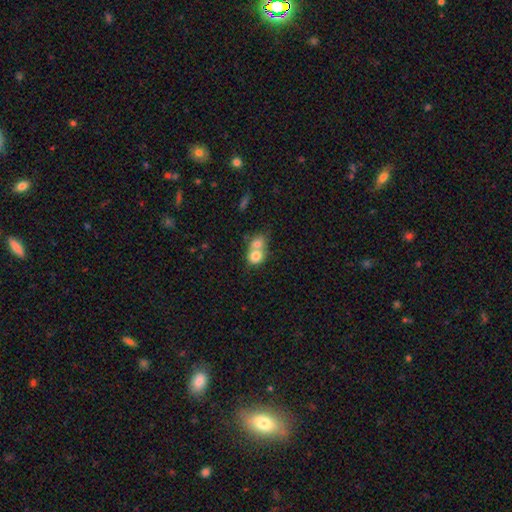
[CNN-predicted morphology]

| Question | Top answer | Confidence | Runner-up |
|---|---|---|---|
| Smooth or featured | smooth | 74% | featured or disk (17%) |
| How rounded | round | 67% | in between (32%) |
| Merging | merger | 72% | none (20%) |